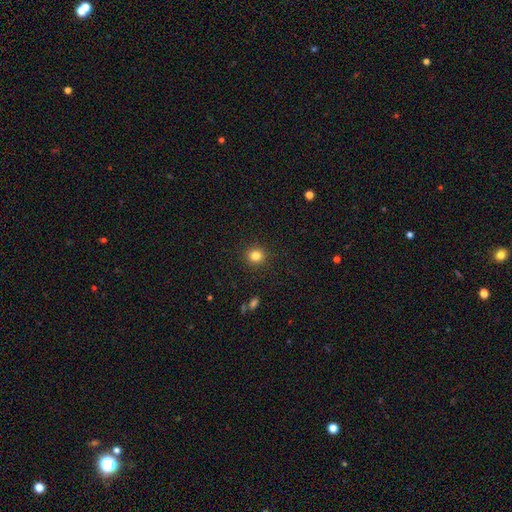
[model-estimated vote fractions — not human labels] The model was most divided on "smooth or featured": smooth: 83%, star or artifact: 12%, featured or disk: 5%. More confident: merging — none (91%); how rounded — round (90%).